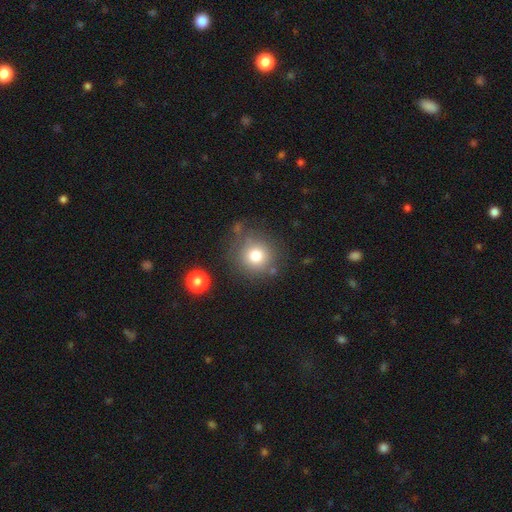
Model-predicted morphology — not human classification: A smooth galaxy with no disk features (77%) that is round (93%).

Vote fractions:
- Smooth or featured? smooth: 77% / star or artifact: 13% / featured or disk: 10%
- How rounded? round: 93% / in between: 6% / cigar-shaped: 1%
- Merging? none: 74% / minor disturbance: 13% / merger: 6% / major disturbance: 6%